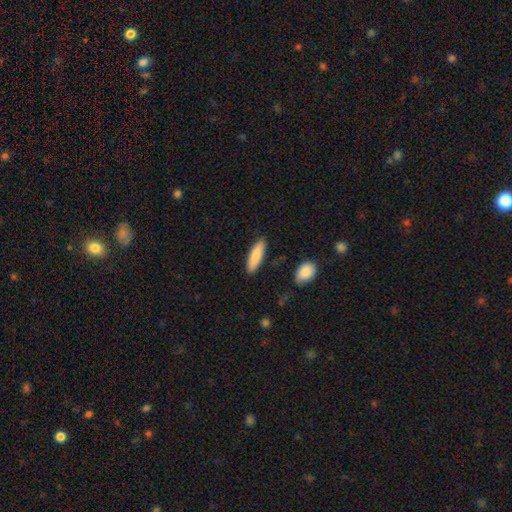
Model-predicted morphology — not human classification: Q: Smooth or featured?
A: smooth (84%); runner-up: featured or disk (10%)
Q: How rounded?
A: cigar-shaped (54%); runner-up: in between (44%)
Q: Merging?
A: none (87%); runner-up: minor disturbance (9%)